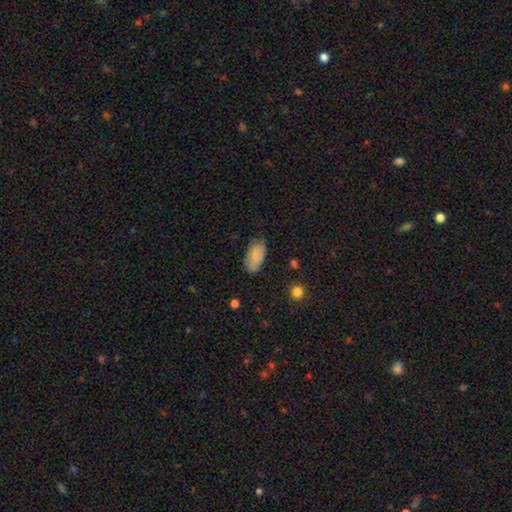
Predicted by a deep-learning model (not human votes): This appears to be a smooth galaxy with no disk features (80%) that is in between round and cigar-shaped (94%). Merging: none (71%).